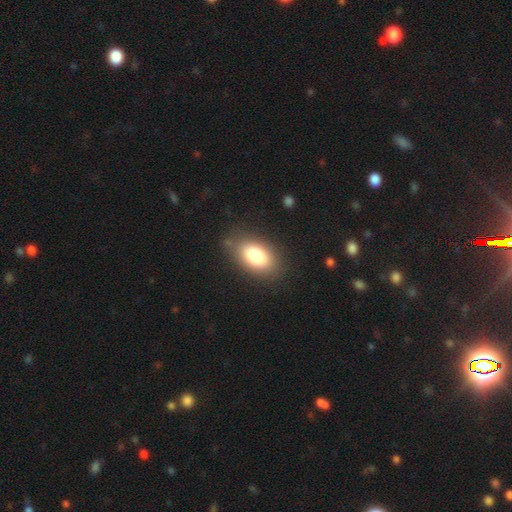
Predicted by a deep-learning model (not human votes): smooth_or_featured: smooth (p=0.83) [alt: featured or disk p=0.09]
how_rounded: in between (p=0.91) [alt: round p=0.06]
merging: none (p=0.79) [alt: minor disturbance p=0.14]